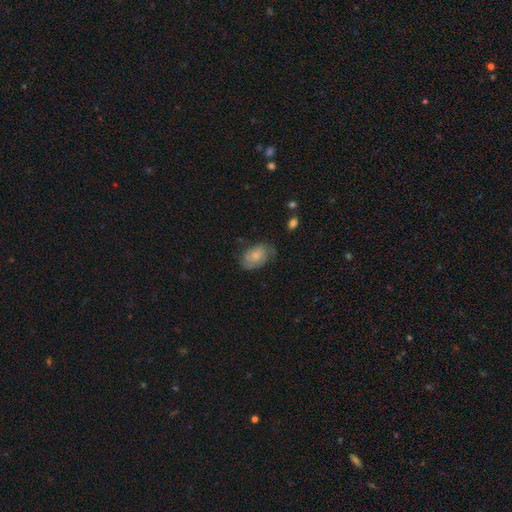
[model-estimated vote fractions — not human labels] Q: Smooth or featured?
A: smooth (60%); runner-up: featured or disk (33%)
Q: How rounded?
A: in between (85%); runner-up: round (13%)
Q: Merging?
A: none (58%); runner-up: minor disturbance (29%)